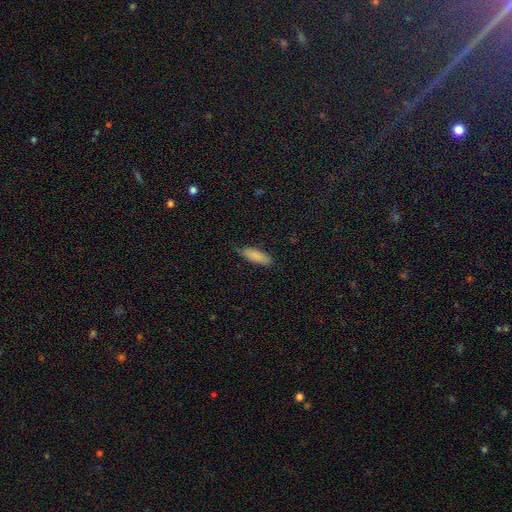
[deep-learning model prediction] Smooth or featured? Predicted: smooth (p=0.85). How rounded? Predicted: in between (p=0.55). Merging? Predicted: none (p=0.75).